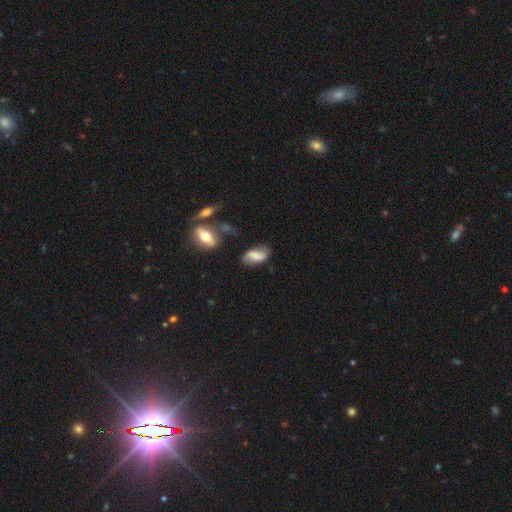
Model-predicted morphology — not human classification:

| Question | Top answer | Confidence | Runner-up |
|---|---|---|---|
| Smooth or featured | smooth | 63% | featured or disk (28%) |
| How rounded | in between | 87% | cigar-shaped (8%) |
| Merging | none | 63% | minor disturbance (24%) |